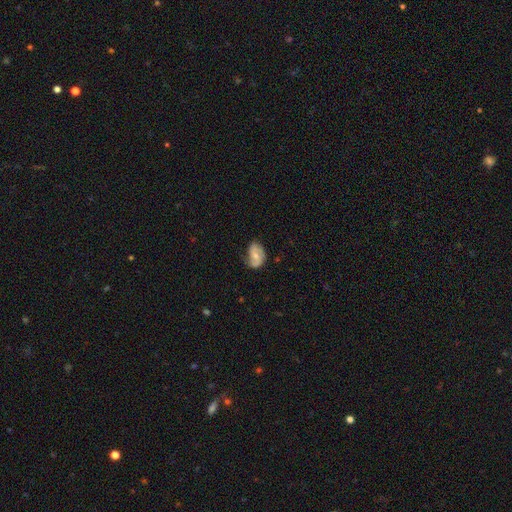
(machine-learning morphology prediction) type=featured or disk (56%); edge-on=no (97%); bar=no (55%); spiral arms=yes (82%); bulge=moderate (53%); merging=none (53%).